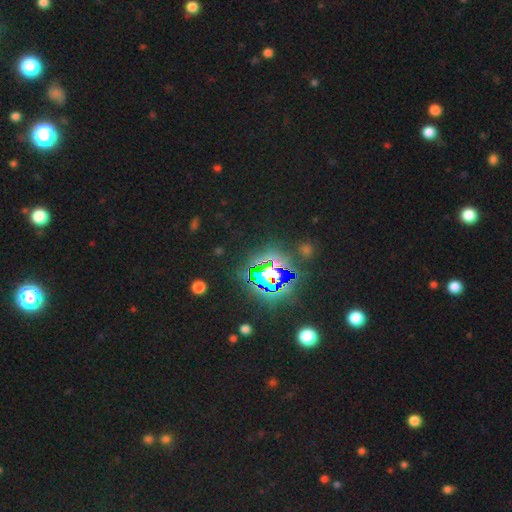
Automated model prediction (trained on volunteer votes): smooth-or-featured: star or artifact: 83% | smooth: 11% | featured or disk: 6%